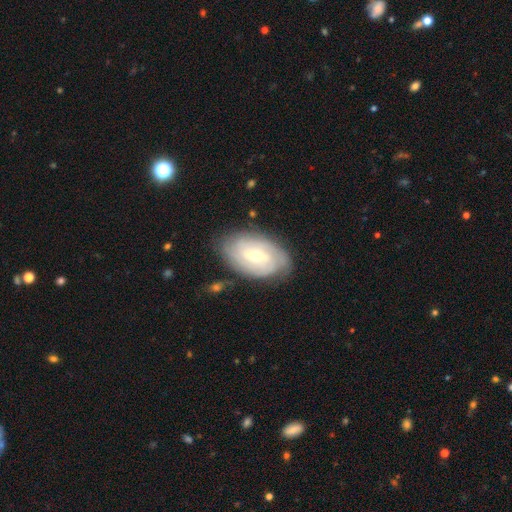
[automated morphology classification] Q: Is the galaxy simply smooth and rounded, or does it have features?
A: featured or disk — 77%.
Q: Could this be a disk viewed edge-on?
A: no — 95%.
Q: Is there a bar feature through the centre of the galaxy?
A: weak — 56%.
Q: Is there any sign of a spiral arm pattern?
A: yes — 90%.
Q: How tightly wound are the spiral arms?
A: tight — 65%.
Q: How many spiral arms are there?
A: can't tell — 37%.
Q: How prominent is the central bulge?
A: moderate — 57%.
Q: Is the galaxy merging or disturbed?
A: none — 78%.